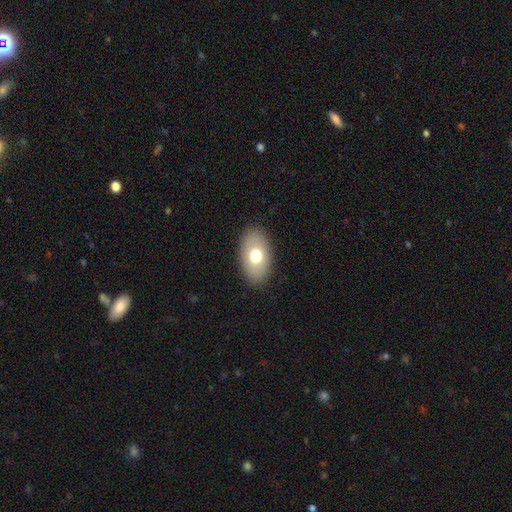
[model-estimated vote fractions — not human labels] Smooth or featured? Predicted: smooth (p=0.71). How rounded? Predicted: in between (p=0.92). Merging? Predicted: none (p=0.88).